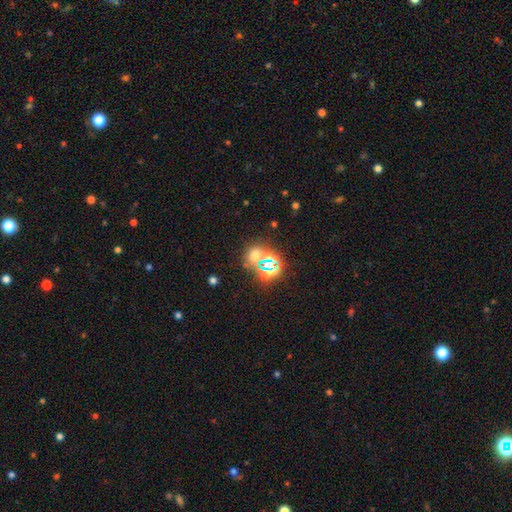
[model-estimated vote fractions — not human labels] smooth-or-featured: star or artifact: 49% | smooth: 42% | featured or disk: 9%